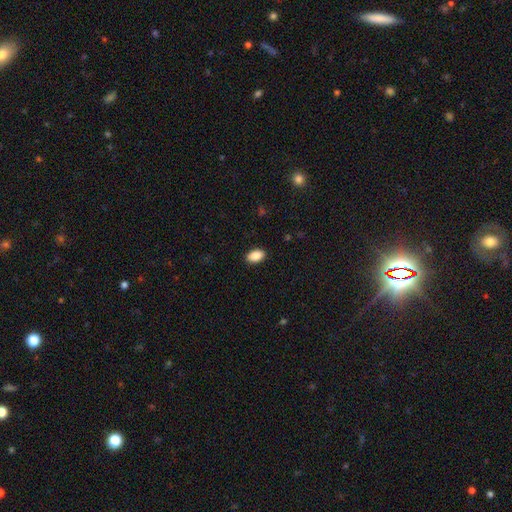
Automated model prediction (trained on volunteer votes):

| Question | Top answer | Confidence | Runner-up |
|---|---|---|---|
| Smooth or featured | smooth | 89% | star or artifact (7%) |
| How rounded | in between | 92% | round (6%) |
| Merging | none | 90% | minor disturbance (7%) |